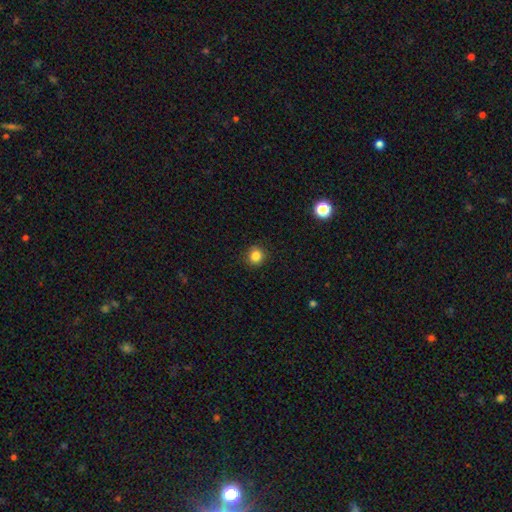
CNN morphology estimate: smooth_or_featured: smooth (p=0.84) [alt: star or artifact p=0.12]
how_rounded: round (p=0.91) [alt: in between p=0.08]
merging: none (p=0.90) [alt: minor disturbance p=0.07]